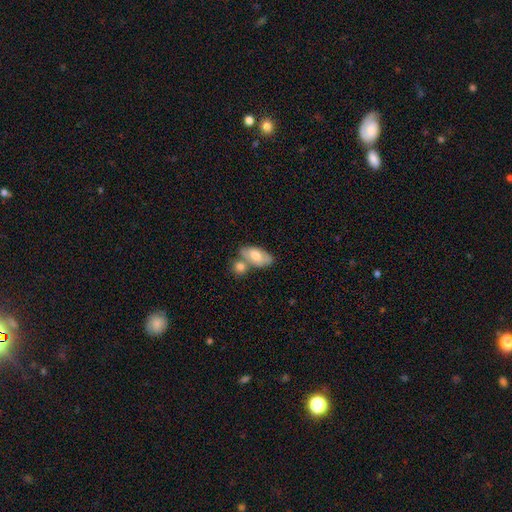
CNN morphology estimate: Smooth or featured: smooth — 66% (featured or disk — 28%)
How rounded: in between — 91% (round — 5%)
Merging: merger — 41% (none — 39%)